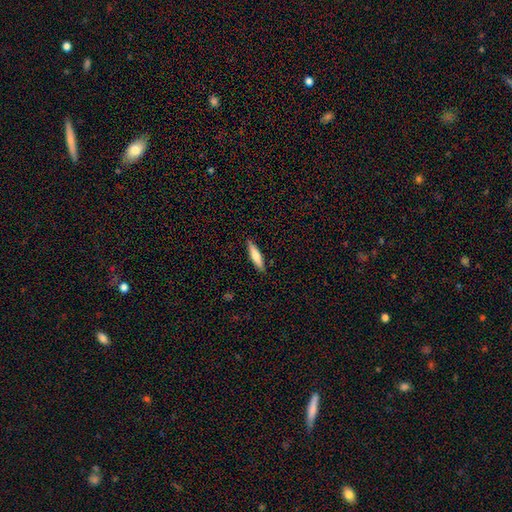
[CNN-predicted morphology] smooth_or_featured: smooth (p=0.72) [alt: featured or disk p=0.22]
how_rounded: cigar-shaped (p=0.79) [alt: in between p=0.19]
merging: none (p=0.89) [alt: minor disturbance p=0.08]